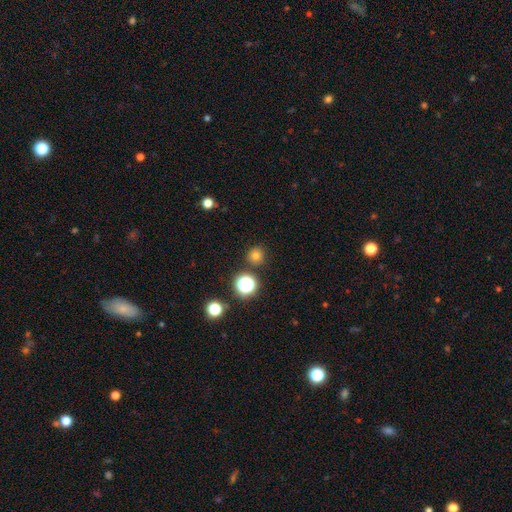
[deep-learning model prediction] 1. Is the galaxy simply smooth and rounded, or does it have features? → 75% smooth, 19% star or artifact, 6% featured or disk.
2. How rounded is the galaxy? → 93% round, 6% in between, 1% cigar-shaped.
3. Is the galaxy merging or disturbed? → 88% none, 6% minor disturbance, 3% merger, 2% major disturbance.